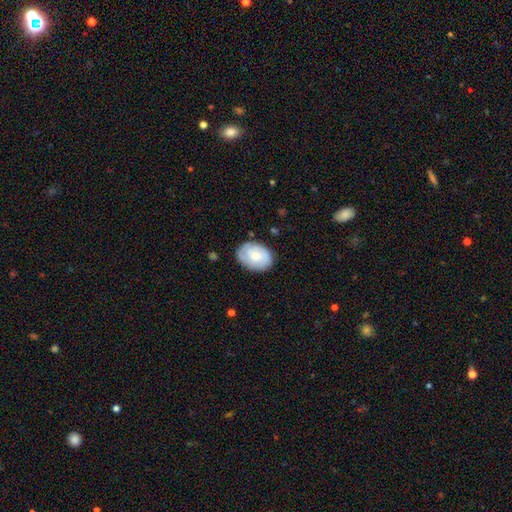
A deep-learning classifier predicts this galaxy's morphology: Smooth or featured? Predicted: smooth (p=0.56). How rounded? Predicted: in between (p=0.69). Merging? Predicted: none (p=0.77).